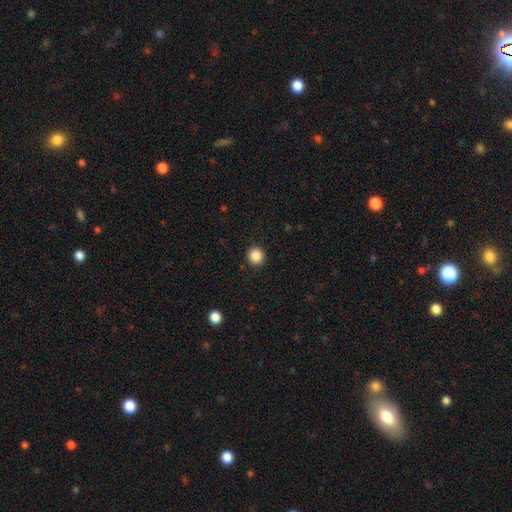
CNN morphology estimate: smooth 87%, star or artifact 10%, featured or disk 3%. Down the decision tree: how rounded — round (92%); merging — none (92%).